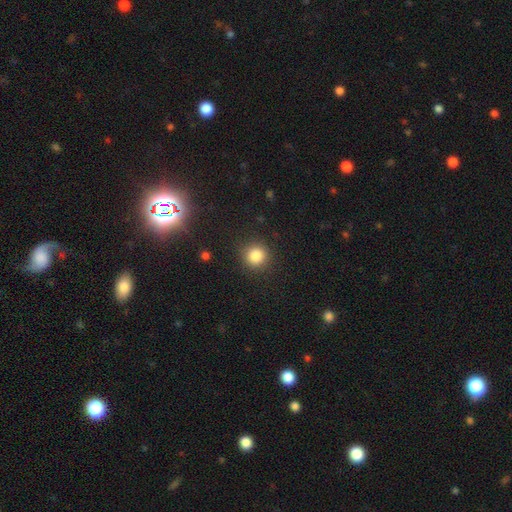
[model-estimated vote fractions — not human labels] A smooth galaxy with no disk features (83%) that is round (92%). Merging: none (88%).